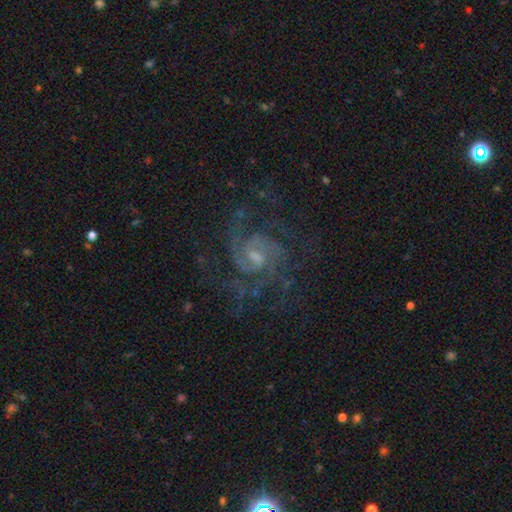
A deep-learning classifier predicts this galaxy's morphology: smooth-or-featured: featured or disk: 85% | star or artifact: 8% | smooth: 6%
  disk-edge-on: no: 98% | yes: 2%
    bar: weak: 55% | no: 35% | strong: 11%
    has-spiral-arms: yes: 96% | no: 4%
      spiral-winding: medium: 47% | tight: 39% | loose: 14%
      spiral-arm-count: 2: 35% | can't tell: 23% | 3: 21% | 4: 10% | 1: 6% | more than 4: 6%
    bulge-size: small: 46% | moderate: 41% | none: 9% | large: 3% | dominant: 1%
  merging: none: 66% | major disturbance: 17% | minor disturbance: 16% | merger: 2%